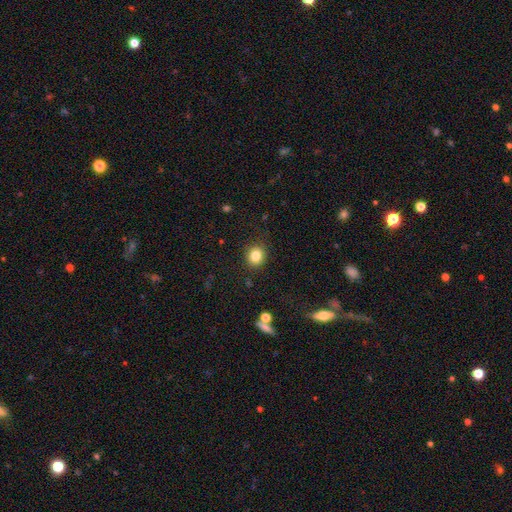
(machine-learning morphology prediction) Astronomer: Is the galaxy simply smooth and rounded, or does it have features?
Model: smooth — 83%.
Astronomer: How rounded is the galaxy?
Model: round — 78%.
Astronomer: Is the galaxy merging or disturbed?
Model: none — 88%.